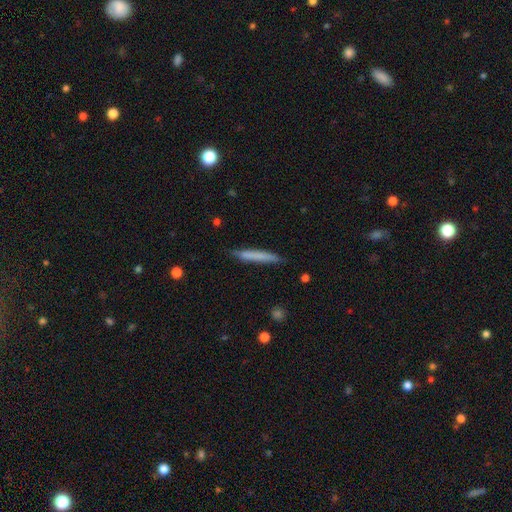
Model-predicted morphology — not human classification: smooth_or_featured: smooth (p=0.69) [alt: featured or disk p=0.26]
how_rounded: cigar-shaped (p=0.96) [alt: in between p=0.03]
merging: none (p=0.85) [alt: minor disturbance p=0.12]